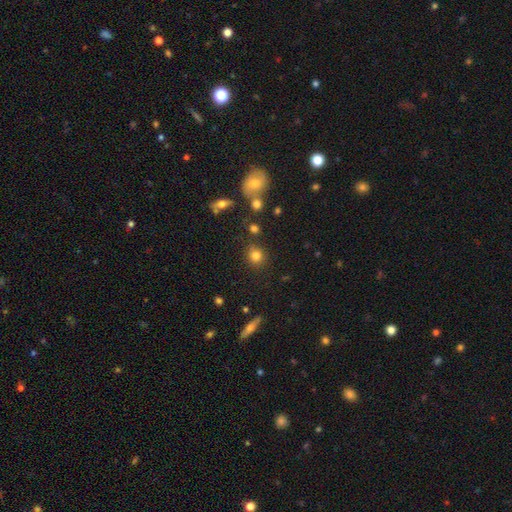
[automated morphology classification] This appears to be a smooth galaxy with no disk features (80%) that is round (85%). Merging: none (82%).